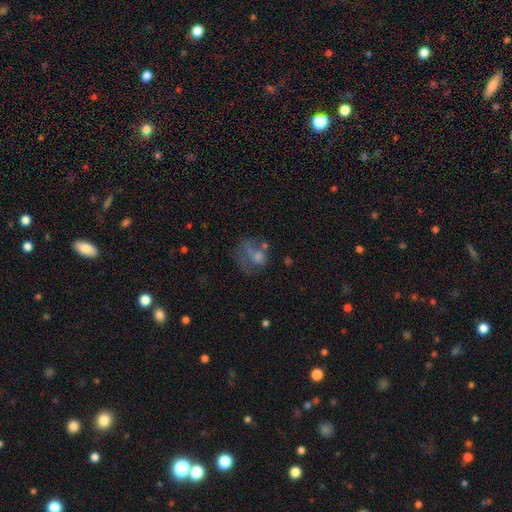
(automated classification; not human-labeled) This is possibly a smooth galaxy (55%). How rounded: possibly in between (54%). Merging: marginally major disturbance (38%).